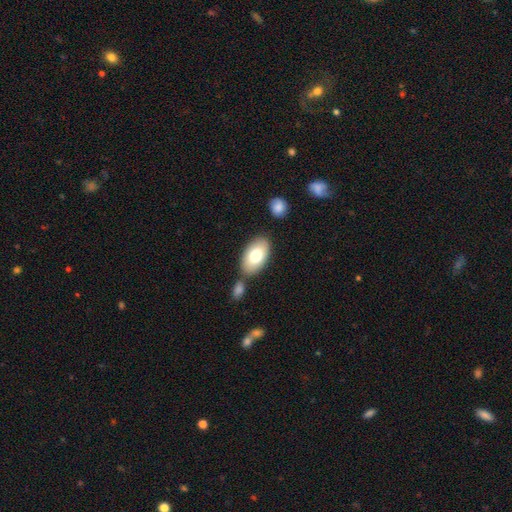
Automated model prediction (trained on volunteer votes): Smooth or featured?
  - smooth: 77% *
  - featured or disk: 17%
  - star or artifact: 6%
How rounded?
  - in between: 94% *
  - round: 5%
  - cigar-shaped: 2%
Merging?
  - none: 72% *
  - merger: 13%
  - minor disturbance: 12%
  - major disturbance: 3%